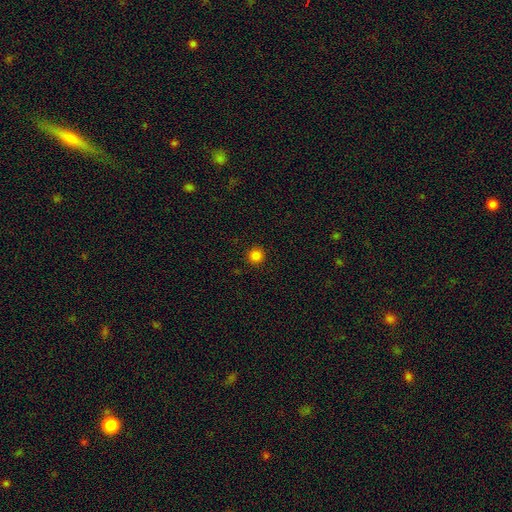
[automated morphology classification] The model was most divided on "smooth or featured": smooth: 83%, star or artifact: 14%, featured or disk: 3%. More confident: how rounded — round (95%); merging — none (93%).